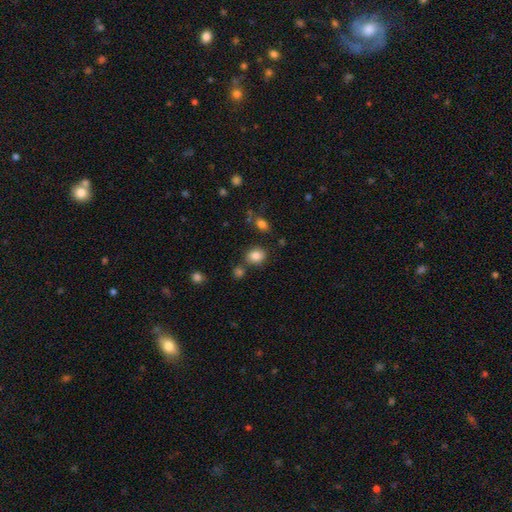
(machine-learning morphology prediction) Smooth or featured: smooth — 84% (star or artifact — 10%)
How rounded: round — 54% (in between — 45%)
Merging: none — 76% (minor disturbance — 12%)